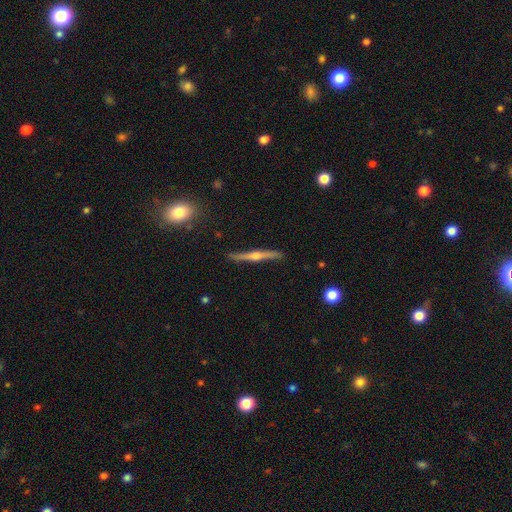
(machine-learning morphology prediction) Smooth or featured? featured or disk (77%)
Edge-on disk? yes (98%)
Edge-on bulge? rounded (90%)
Merging? none (89%)